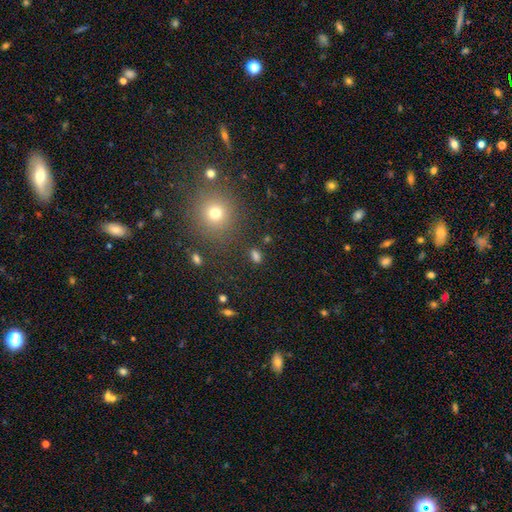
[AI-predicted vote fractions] smooth_or_featured: smooth (p=0.75) [alt: star or artifact p=0.19]
how_rounded: in between (p=0.75) [alt: round p=0.21]
merging: none (p=0.80) [alt: minor disturbance p=0.10]